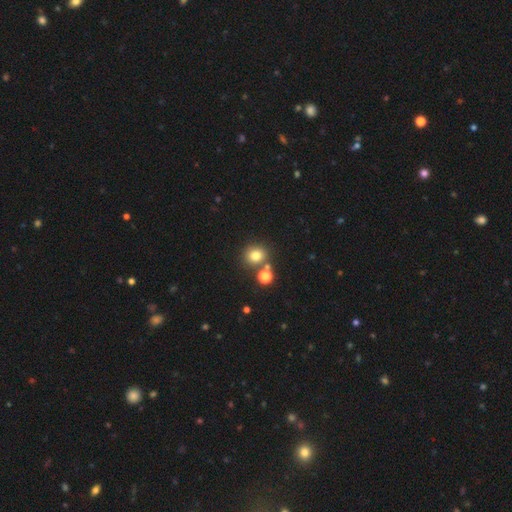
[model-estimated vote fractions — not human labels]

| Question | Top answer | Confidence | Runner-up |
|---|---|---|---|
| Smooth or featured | smooth | 77% | star or artifact (15%) |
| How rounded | round | 84% | in between (15%) |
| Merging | none | 70% | merger (18%) |